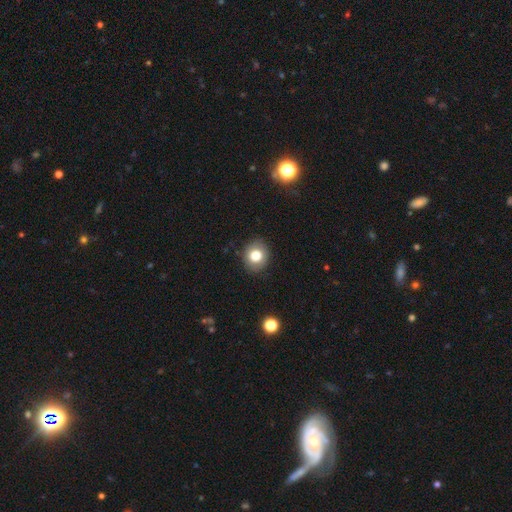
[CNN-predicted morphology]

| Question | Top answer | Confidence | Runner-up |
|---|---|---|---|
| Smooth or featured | smooth | 79% | featured or disk (11%) |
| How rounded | round | 72% | in between (27%) |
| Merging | none | 87% | minor disturbance (9%) |